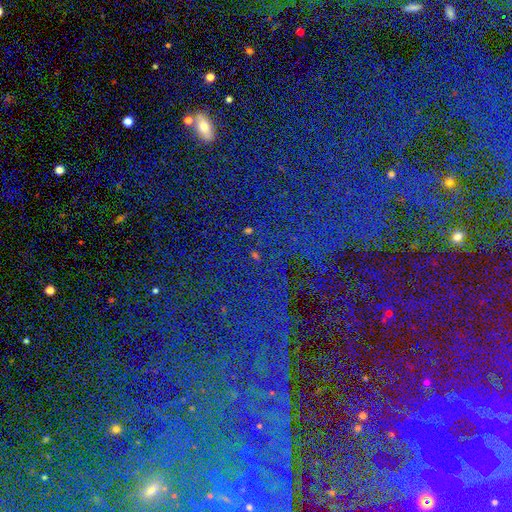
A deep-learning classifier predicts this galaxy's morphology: Overall: star or artifact (82%).